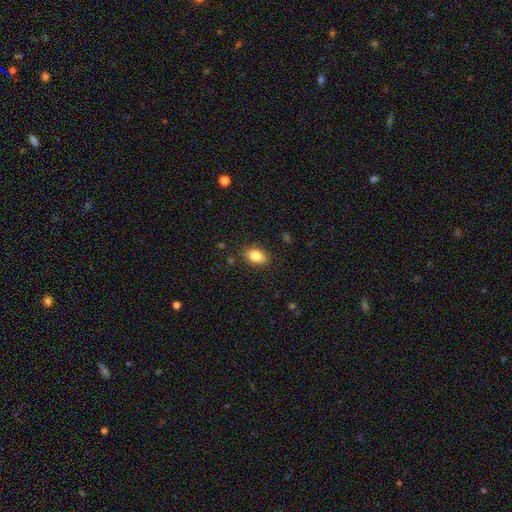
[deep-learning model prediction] Morphology: type=smooth (84%); roundness=in between (86%); merging=none (86%).